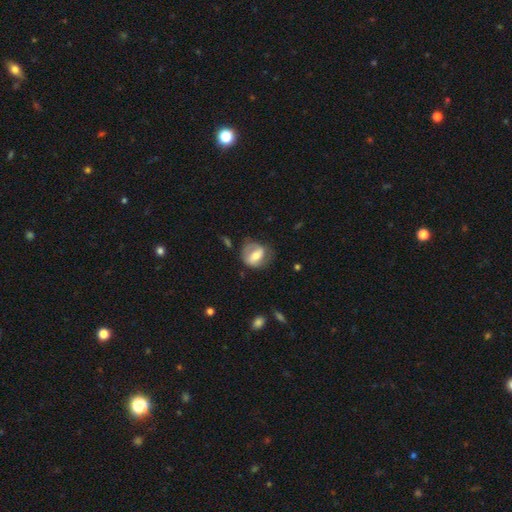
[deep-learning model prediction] Smooth or featured? smooth (48%)
Merging? none (55%)